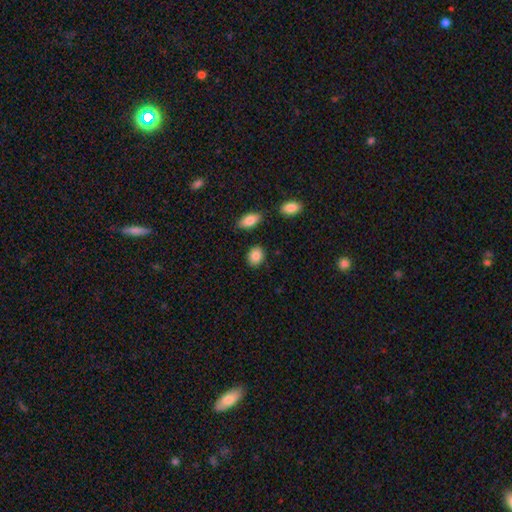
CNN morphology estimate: Smooth or featured?
  - smooth: 88% *
  - star or artifact: 7%
  - featured or disk: 5%
How rounded?
  - in between: 55% *
  - round: 44%
  - cigar-shaped: 1%
Merging?
  - none: 86% *
  - minor disturbance: 9%
  - merger: 3%
  - major disturbance: 2%